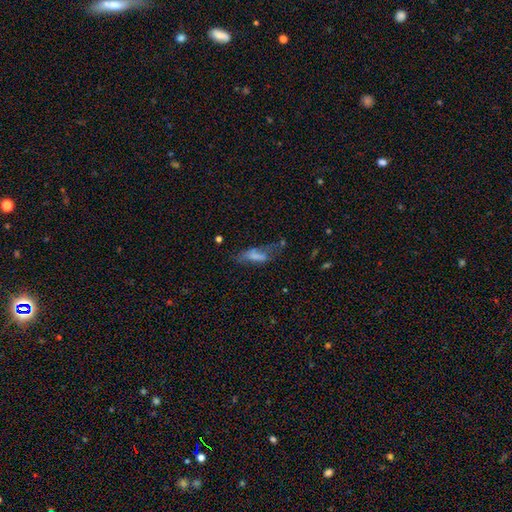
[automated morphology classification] Overall: smooth (59%; featured or disk 30%). How rounded: in between (61%; cigar-shaped 36%). Merging: major disturbance (34%; none 31%).